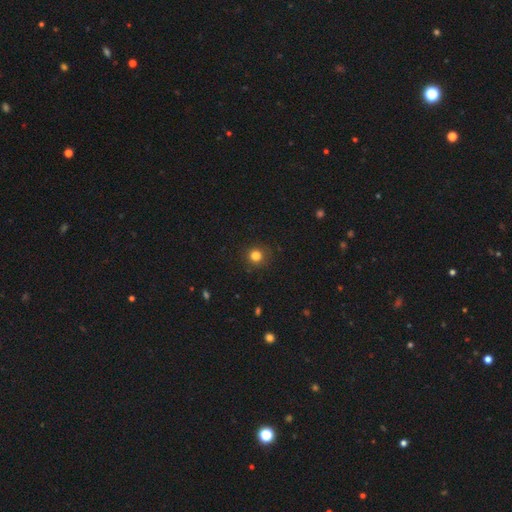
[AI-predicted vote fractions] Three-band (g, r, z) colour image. It shows a smooth galaxy with no disk features (82%) that is round (93%). Merging: none (88%).